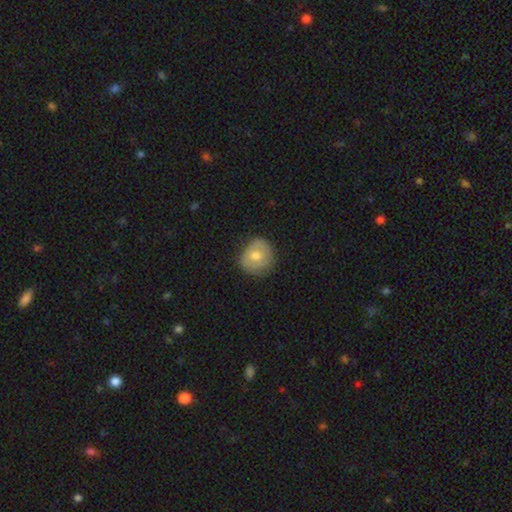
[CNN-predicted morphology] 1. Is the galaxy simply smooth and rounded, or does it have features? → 64% smooth, 29% featured or disk, 7% star or artifact.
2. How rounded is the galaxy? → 84% round, 15% in between, 1% cigar-shaped.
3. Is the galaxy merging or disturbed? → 74% none, 20% minor disturbance, 4% major disturbance, 1% merger.